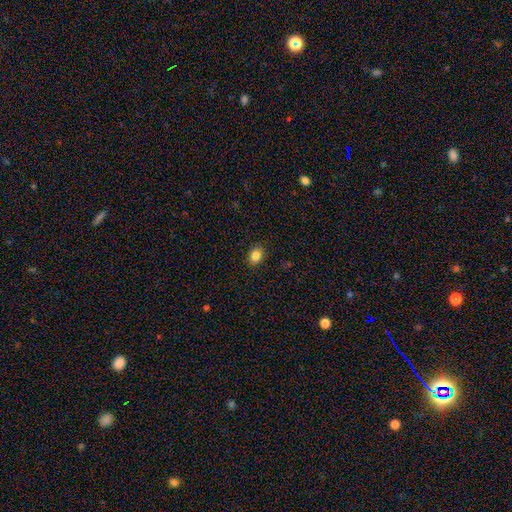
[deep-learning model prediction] smooth 84%, star or artifact 10%, featured or disk 6%. Down the decision tree: how rounded — in between (54%); merging — none (89%).